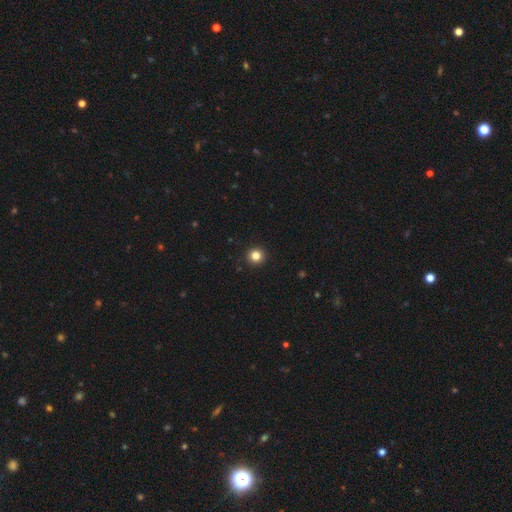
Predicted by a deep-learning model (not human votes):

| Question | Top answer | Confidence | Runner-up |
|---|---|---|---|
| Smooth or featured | smooth | 83% | star or artifact (12%) |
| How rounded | round | 95% | in between (4%) |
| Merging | none | 94% | minor disturbance (4%) |